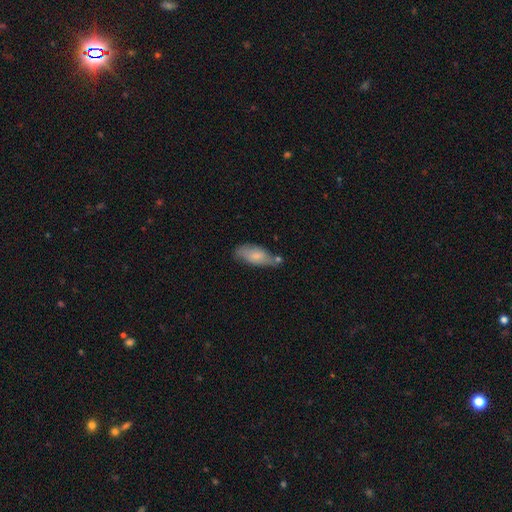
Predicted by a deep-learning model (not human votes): A smooth galaxy with no disk features (69%) that is in between round and cigar-shaped (82%).

Vote fractions:
- Smooth or featured? smooth: 69% / featured or disk: 24% / star or artifact: 6%
- How rounded? in between: 82% / cigar-shaped: 16% / round: 3%
- Merging? none: 49% / minor disturbance: 29% / merger: 14% / major disturbance: 8%